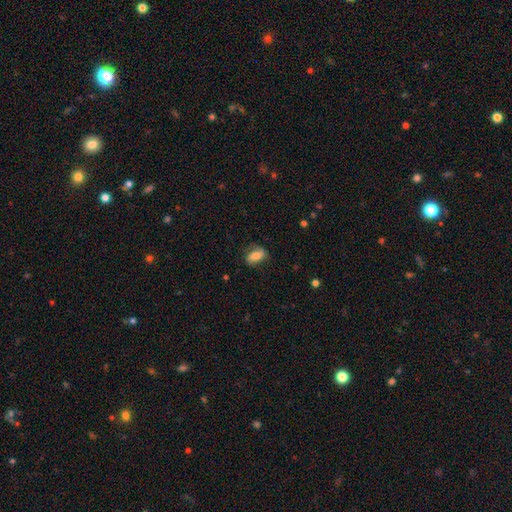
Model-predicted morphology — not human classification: smooth 69%, featured or disk 24%, star or artifact 8%. Down the decision tree: how rounded — in between (86%); merging — none (68%).